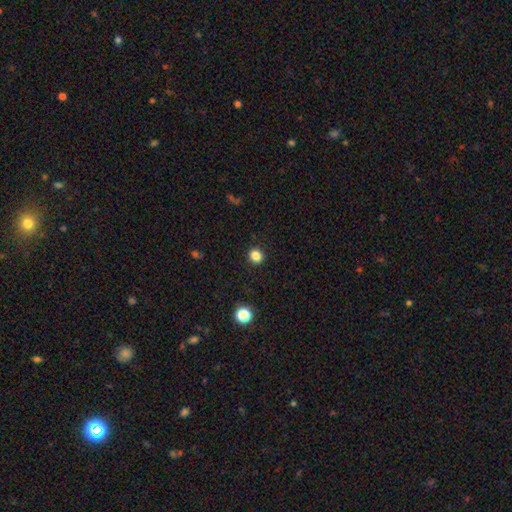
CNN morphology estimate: The model was most divided on "smooth or featured": smooth: 84%, star or artifact: 12%, featured or disk: 4%. More confident: merging — none (92%); how rounded — round (87%).